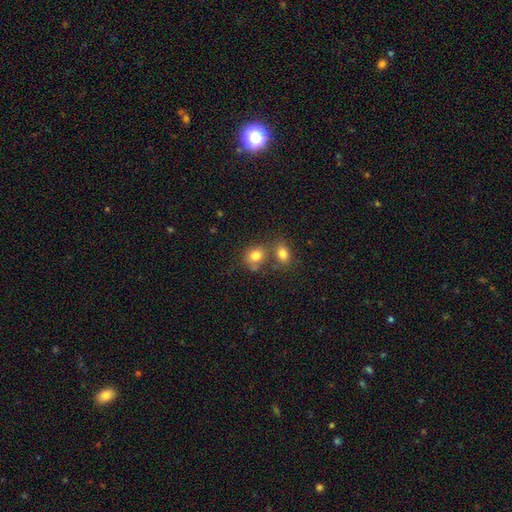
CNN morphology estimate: smooth_or_featured: smooth (p=0.79) [alt: star or artifact p=0.11]
how_rounded: round (p=0.61) [alt: in between p=0.38]
merging: none (p=0.42) [alt: merger p=0.40]